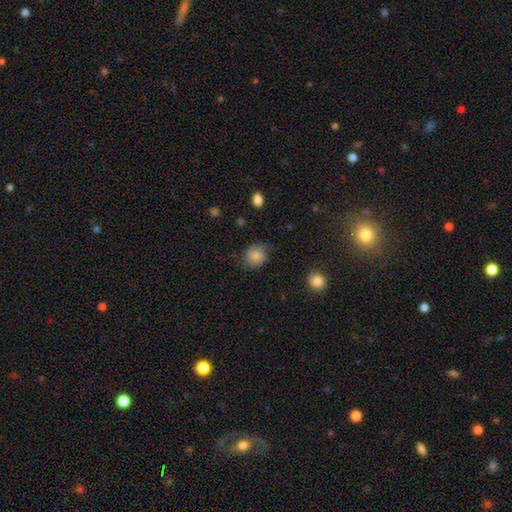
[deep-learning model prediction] This appears to be a smooth galaxy with no disk features (82%) that is round (77%). Merging: none (71%).